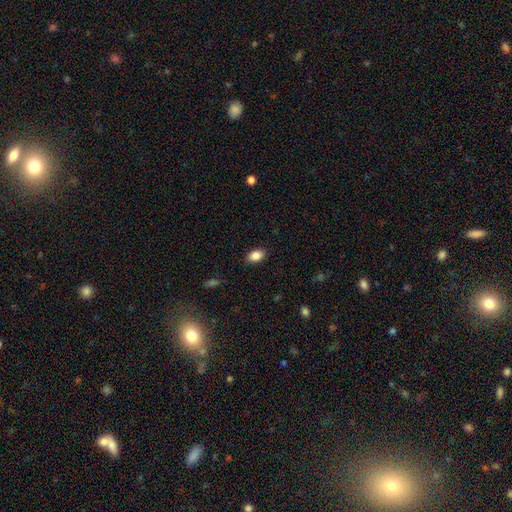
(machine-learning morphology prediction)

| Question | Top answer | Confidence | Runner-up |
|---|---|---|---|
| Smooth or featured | smooth | 86% | star or artifact (8%) |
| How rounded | in between | 88% | round (10%) |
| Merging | none | 87% | minor disturbance (9%) |